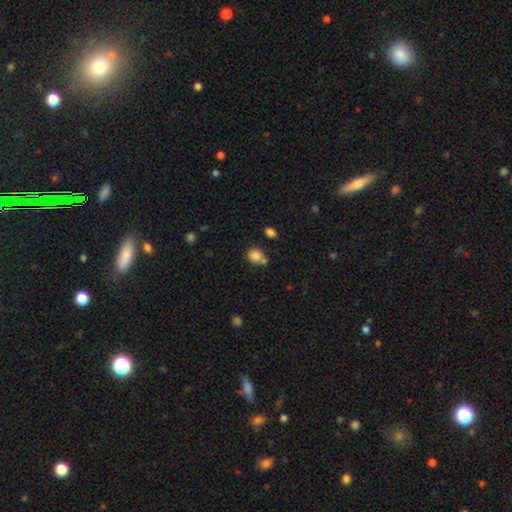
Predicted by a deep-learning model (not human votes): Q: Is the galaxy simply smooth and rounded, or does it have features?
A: smooth — 84%.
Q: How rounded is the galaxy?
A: round — 82%.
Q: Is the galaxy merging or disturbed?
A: none — 59%.